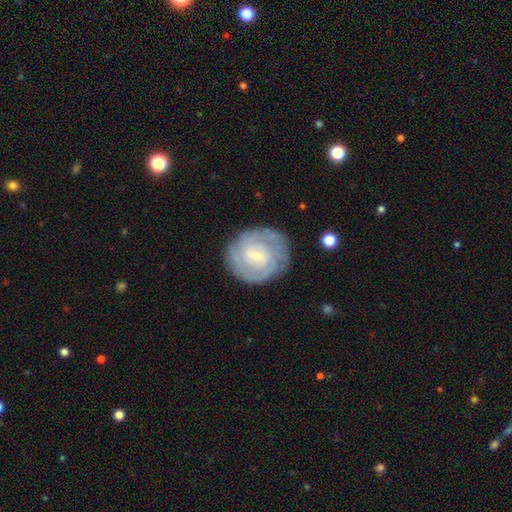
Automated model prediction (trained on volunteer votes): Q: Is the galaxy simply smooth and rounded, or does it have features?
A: featured or disk — 78%.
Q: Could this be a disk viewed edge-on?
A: no — 98%.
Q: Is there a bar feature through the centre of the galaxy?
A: weak — 47%.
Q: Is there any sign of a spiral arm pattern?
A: yes — 93%.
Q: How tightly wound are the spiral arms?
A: tight — 74%.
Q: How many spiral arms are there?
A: can't tell — 37%.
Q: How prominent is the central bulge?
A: small — 79%.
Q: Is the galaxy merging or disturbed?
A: none — 79%.